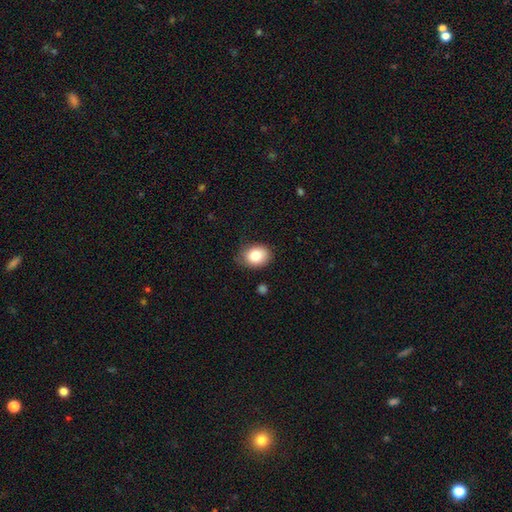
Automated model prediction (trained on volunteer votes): smooth 85%, star or artifact 8%, featured or disk 8%. Down the decision tree: how rounded — in between (63%); merging — none (70%).